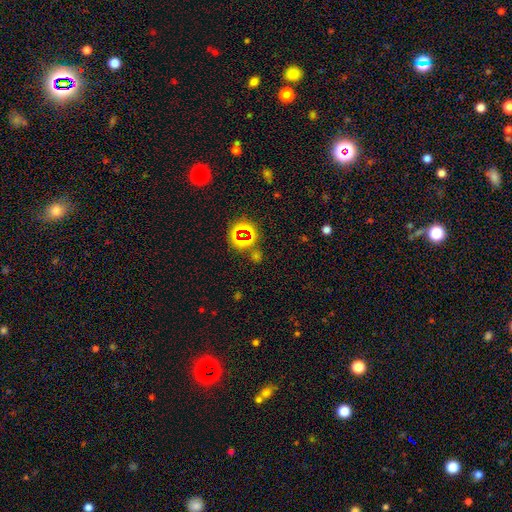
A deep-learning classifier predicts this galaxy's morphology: Smooth or featured? Predicted: star or artifact (p=0.58).